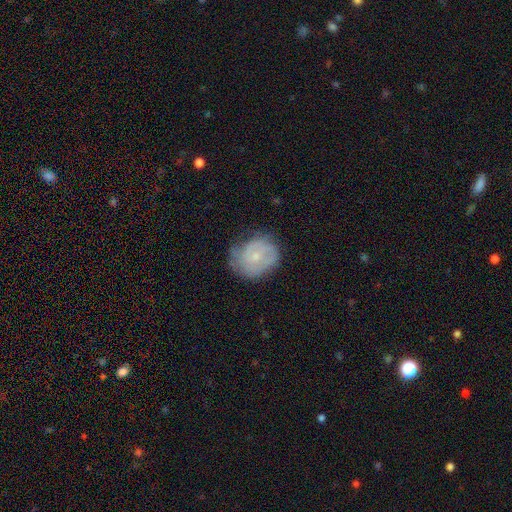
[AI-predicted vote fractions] A featured or disk galaxy (51%).

Vote fractions:
- Smooth or featured? featured or disk: 51% / smooth: 41% / star or artifact: 8%
- Edge-on disk? no: 97% / yes: 3%
- Merging? none: 59% / minor disturbance: 29% / major disturbance: 11% / merger: 1%